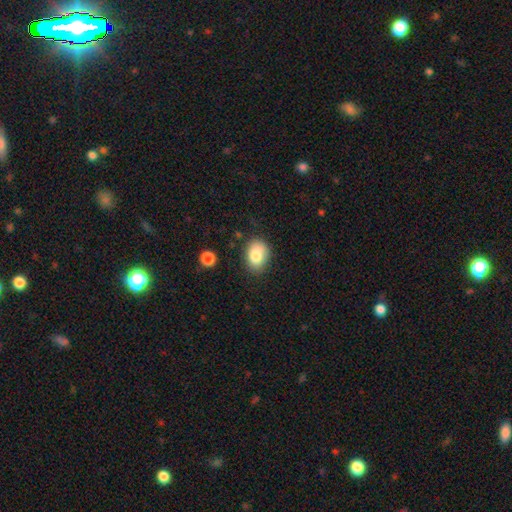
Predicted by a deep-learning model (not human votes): Smooth or featured: smooth — 82% (featured or disk — 9%)
How rounded: in between — 70% (round — 29%)
Merging: none — 76% (minor disturbance — 17%)